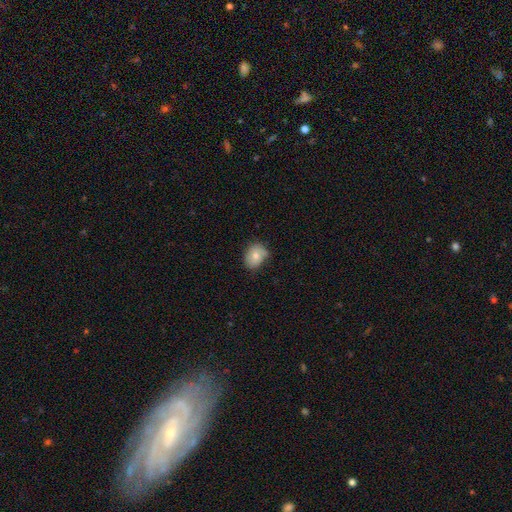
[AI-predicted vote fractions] Morphology: type=smooth (71%); roundness=in between (50%); merging=none (63%).